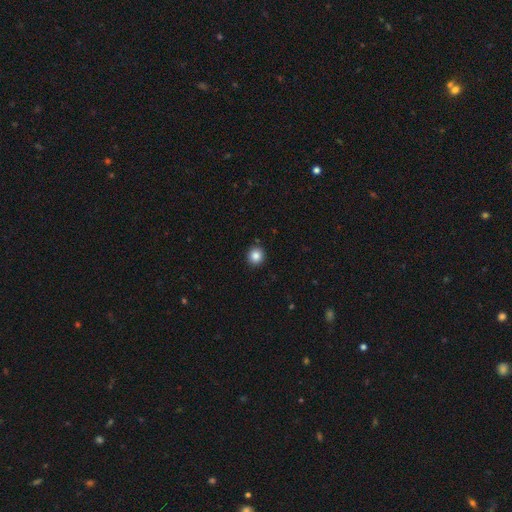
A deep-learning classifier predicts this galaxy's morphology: Smooth or featured? Predicted: smooth (p=0.85). How rounded? Predicted: round (p=0.92). Merging? Predicted: none (p=0.92).